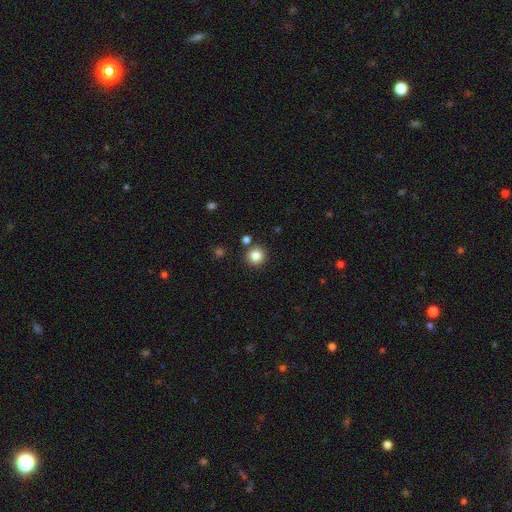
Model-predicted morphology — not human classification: Smooth or featured?
  - smooth: 84% *
  - star or artifact: 11%
  - featured or disk: 5%
How rounded?
  - round: 94% *
  - in between: 5%
  - cigar-shaped: 1%
Merging?
  - none: 86% *
  - minor disturbance: 6%
  - merger: 5%
  - major disturbance: 2%